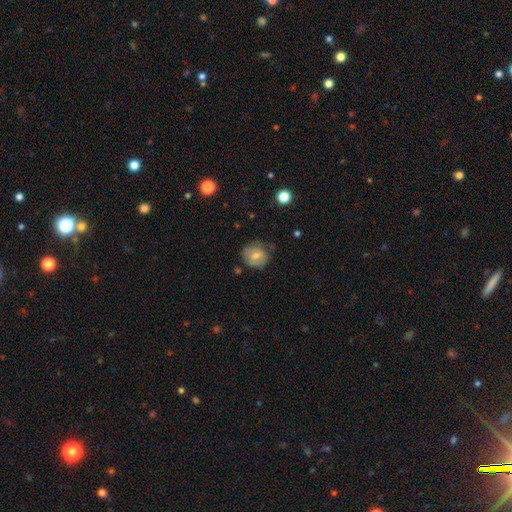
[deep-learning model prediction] smooth-or-featured: smooth: 67% | featured or disk: 24% | star or artifact: 9%
  how-rounded: round: 79% | in between: 20% | cigar-shaped: 1%
  merging: none: 69% | minor disturbance: 23% | major disturbance: 6% | merger: 2%